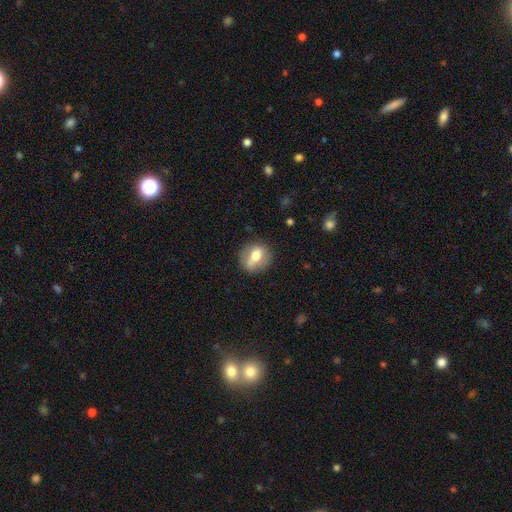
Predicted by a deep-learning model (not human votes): A smooth galaxy with no disk features (59%) that is round (63%).

Vote fractions:
- Smooth or featured? smooth: 59% / featured or disk: 32% / star or artifact: 8%
- How rounded? round: 63% / in between: 34% / cigar-shaped: 3%
- Merging? none: 76% / minor disturbance: 16% / major disturbance: 5% / merger: 3%